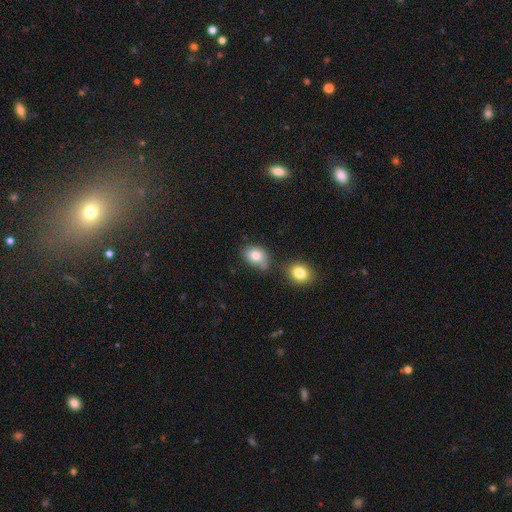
Smooth or featured: smooth — 80% (star or artifact — 12%)
How rounded: in between — 62% (round — 38%)
Merging: none — 54% (minor disturbance — 37%)